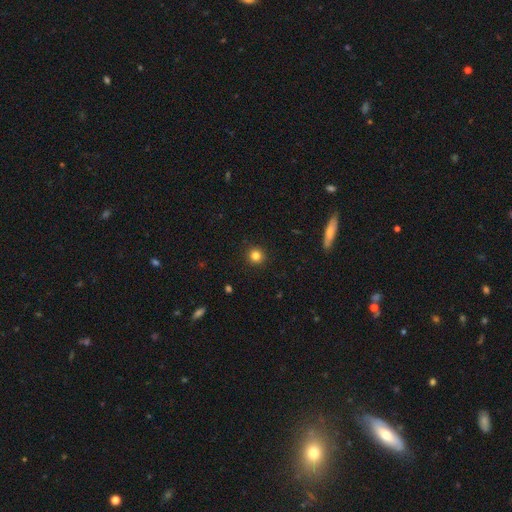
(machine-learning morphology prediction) A smooth galaxy with no disk features (82%) that is round (95%). Merging: none (93%).